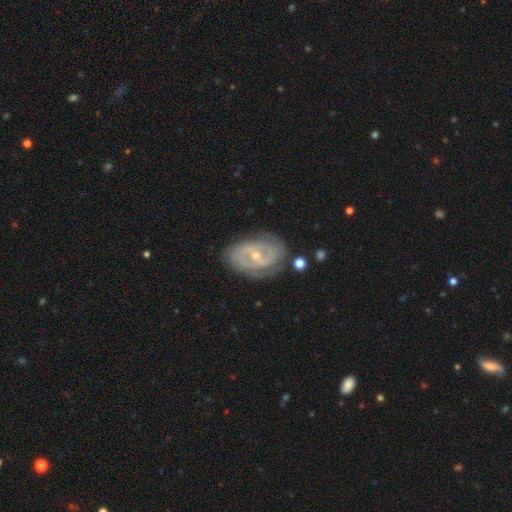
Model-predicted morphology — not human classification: smooth_or_featured: featured or disk (p=0.86) [alt: smooth p=0.09]
disk_edge_on: no (p=0.96) [alt: yes p=0.04]
bar: weak (p=0.44) [alt: no p=0.34]
has_spiral_arms: yes (p=0.93) [alt: no p=0.07]
spiral_winding: tight (p=0.51) [alt: medium p=0.39]
spiral_arm_count: 2 (p=0.64) [alt: can't tell p=0.17]
bulge_size: small (p=0.65) [alt: moderate p=0.32]
merging: none (p=0.73) [alt: minor disturbance p=0.18]